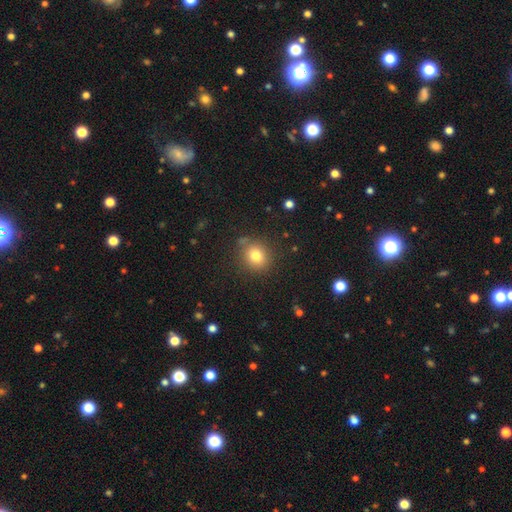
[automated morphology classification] Overall: smooth (78%). How rounded: round (78%). Merging: none (82%).